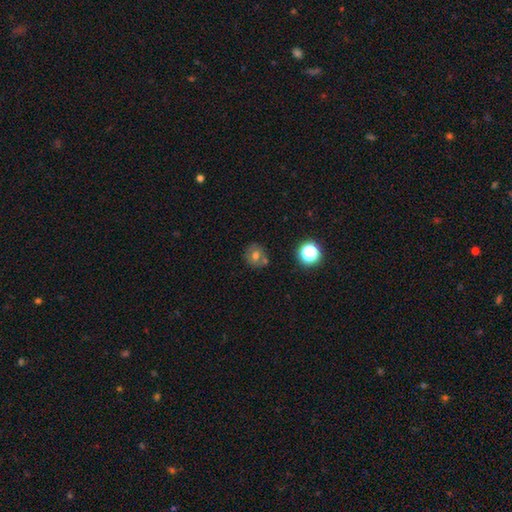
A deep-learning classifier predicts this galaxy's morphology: smooth 64%, featured or disk 20%, star or artifact 16%. Down the decision tree: how rounded — round (83%); merging — none (64%).